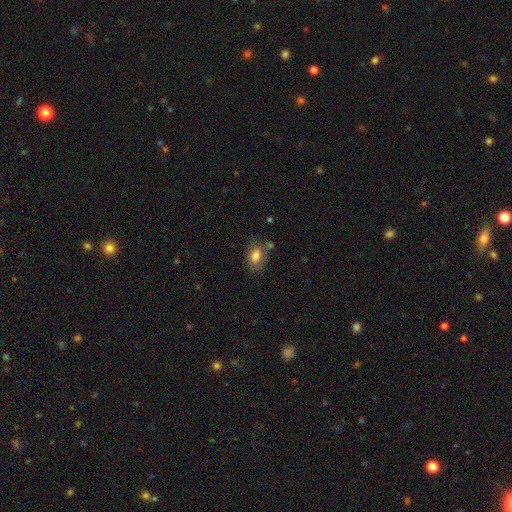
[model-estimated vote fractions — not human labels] Overall: smooth (81%). How rounded: in between (85%). Merging: none (67%).